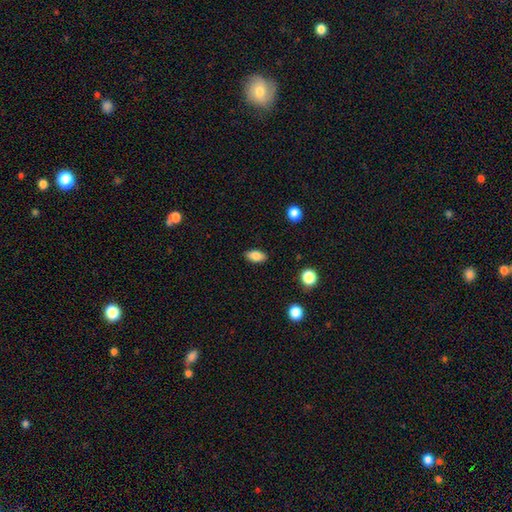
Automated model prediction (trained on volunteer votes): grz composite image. It shows a smooth galaxy with no disk features (82%) that is in between round and cigar-shaped (89%). Merging: none (88%).